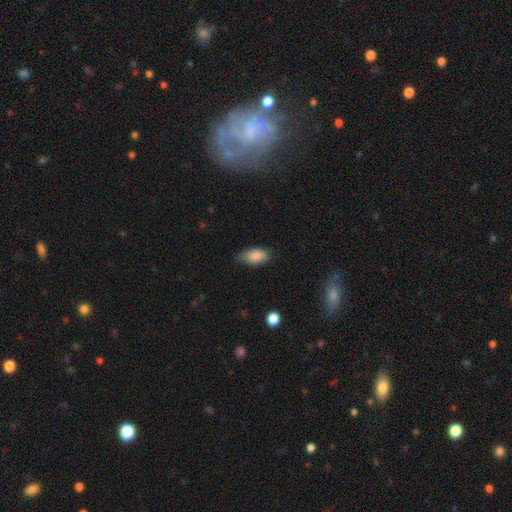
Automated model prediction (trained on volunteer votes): smooth 87%, star or artifact 7%, featured or disk 6%. Down the decision tree: how rounded — in between (92%); merging — none (69%).